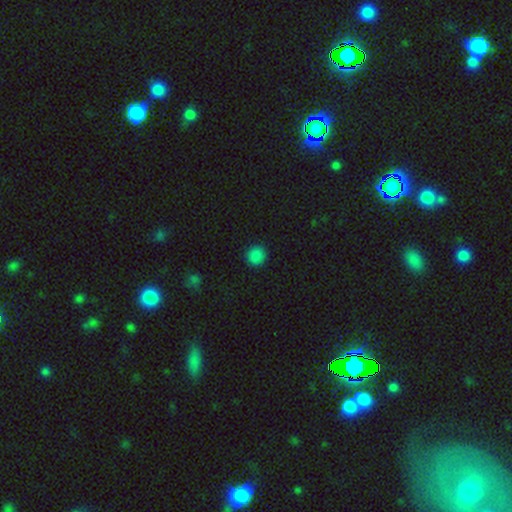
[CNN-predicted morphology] Smooth or featured: smooth — 85% (star or artifact — 12%)
How rounded: round — 91% (in between — 8%)
Merging: none — 91% (minor disturbance — 6%)